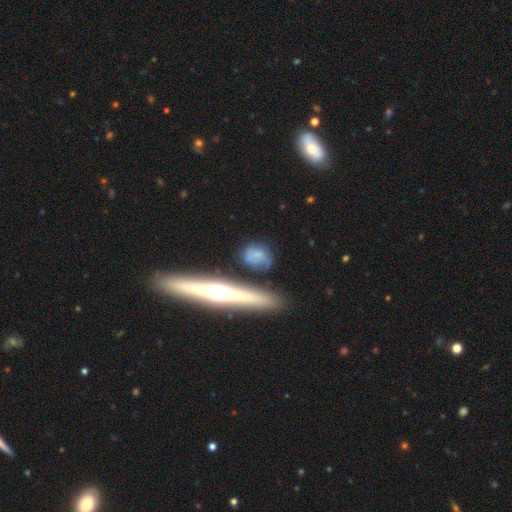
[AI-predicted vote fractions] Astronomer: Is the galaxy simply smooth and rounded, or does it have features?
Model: smooth — 52% (runner-up: featured or disk, 40%).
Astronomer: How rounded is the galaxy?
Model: round — 46% (runner-up: in between, 38%).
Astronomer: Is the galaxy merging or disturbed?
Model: none — 62%.